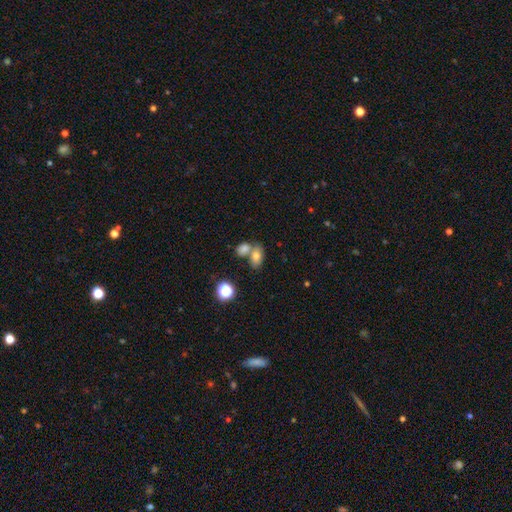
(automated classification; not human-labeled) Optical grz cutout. It shows a smooth galaxy with no disk features (75%) that is in between round and cigar-shaped (83%). Merging: merger (43%, tied with none).